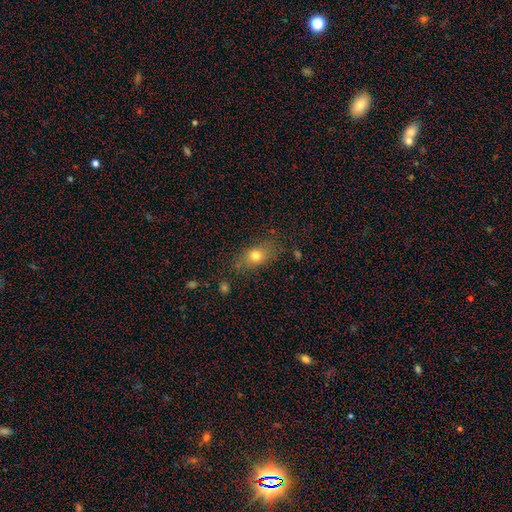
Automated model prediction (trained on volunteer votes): This appears to be a smooth galaxy with no disk features (74%) that is in between round and cigar-shaped (70%). Merging: none (73%).